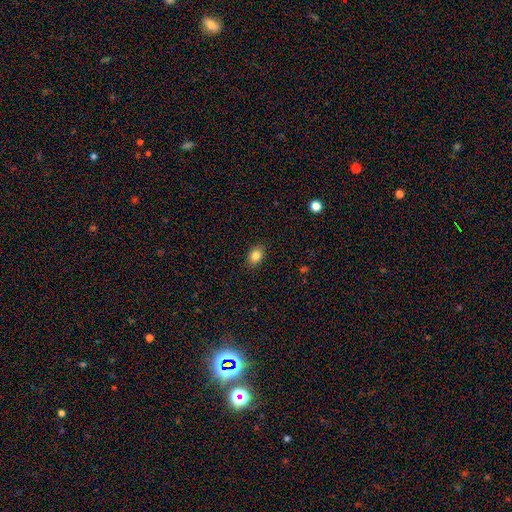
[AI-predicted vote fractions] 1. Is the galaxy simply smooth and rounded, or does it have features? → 84% smooth, 10% star or artifact, 7% featured or disk.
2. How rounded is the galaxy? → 71% in between, 28% round, 1% cigar-shaped.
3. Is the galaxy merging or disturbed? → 88% none, 9% minor disturbance, 2% major disturbance, 1% merger.